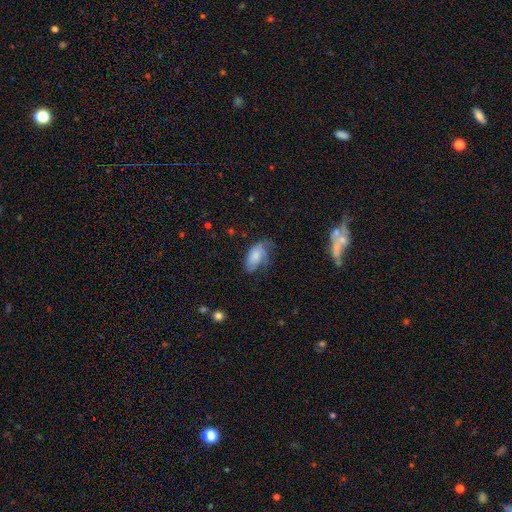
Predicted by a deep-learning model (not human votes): Morphology: type=smooth (70%); roundness=in between (92%); merging=none (44%).